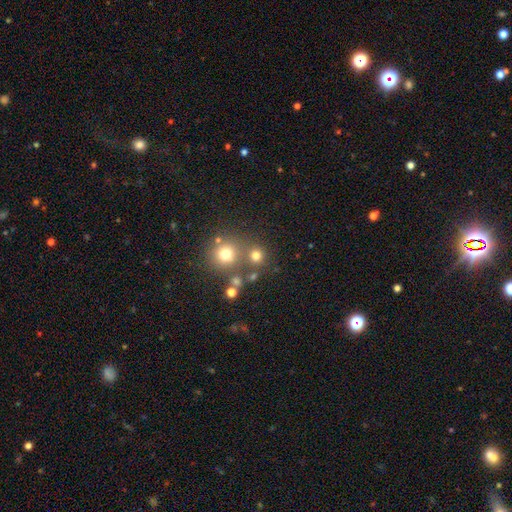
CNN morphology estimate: This appears to be a smooth galaxy with no disk features (74%) that is round (90%). Merging: none (70%).